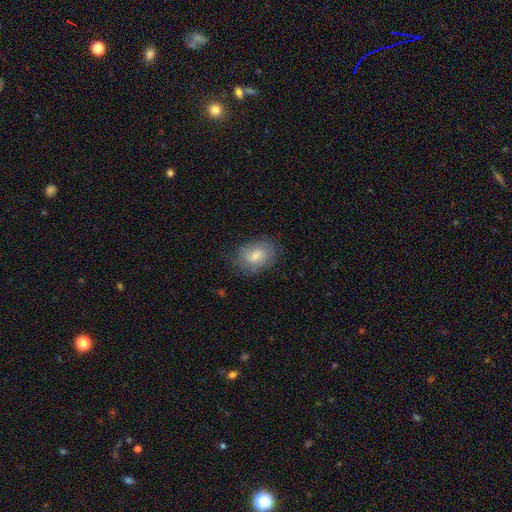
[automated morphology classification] type=smooth (60%); roundness=in between (76%); merging=none (71%).